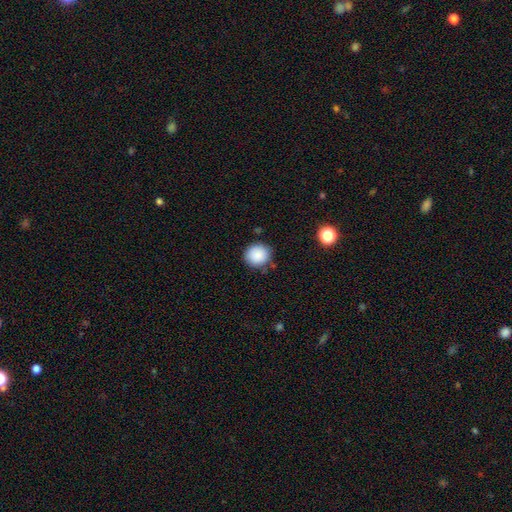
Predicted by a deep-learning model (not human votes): A smooth galaxy with no disk features (88%) that is round (89%).

Vote fractions:
- Smooth or featured? smooth: 88% / star or artifact: 8% / featured or disk: 4%
- How rounded? round: 89% / in between: 10% / cigar-shaped: 1%
- Merging? none: 84% / minor disturbance: 11% / major disturbance: 3% / merger: 2%